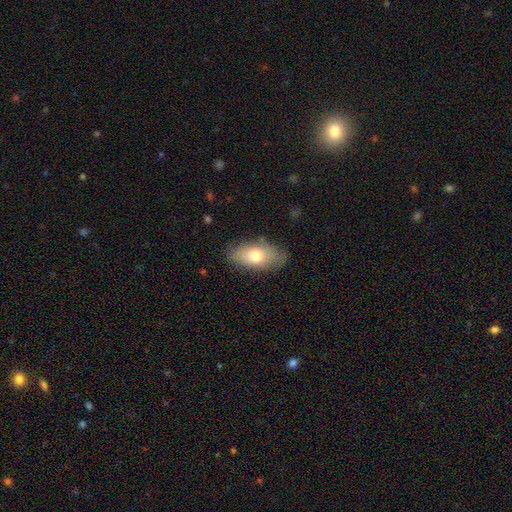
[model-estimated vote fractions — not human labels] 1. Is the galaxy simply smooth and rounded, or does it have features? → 72% smooth, 21% featured or disk, 7% star or artifact.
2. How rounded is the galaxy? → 86% in between, 10% cigar-shaped, 4% round.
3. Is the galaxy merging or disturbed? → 82% none, 14% minor disturbance, 3% major disturbance, 1% merger.